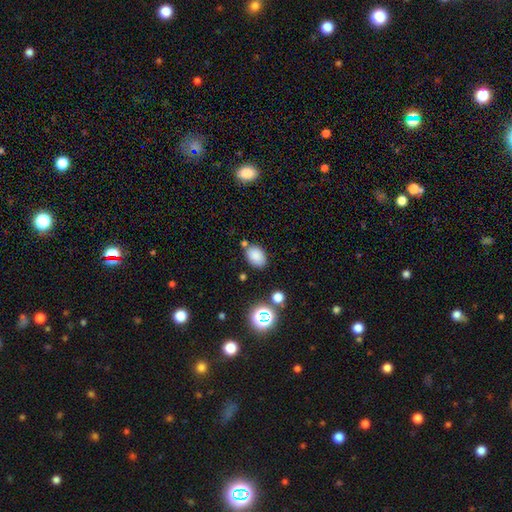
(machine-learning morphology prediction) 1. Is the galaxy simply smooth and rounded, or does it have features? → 83% smooth, 11% star or artifact, 6% featured or disk.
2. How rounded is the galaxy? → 81% in between, 18% round, 1% cigar-shaped.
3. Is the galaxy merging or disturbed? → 75% none, 14% minor disturbance, 7% merger, 4% major disturbance.